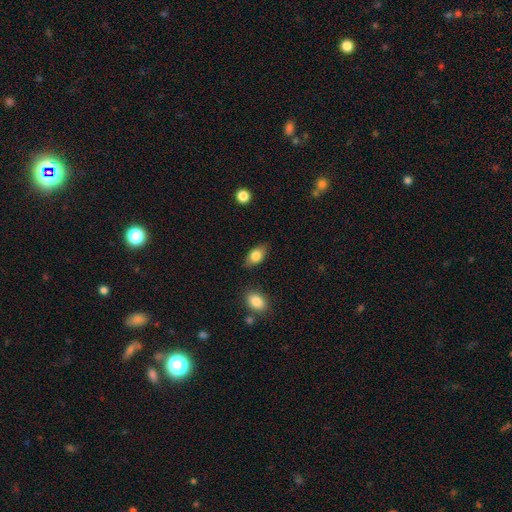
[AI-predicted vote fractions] This appears to be a smooth galaxy with no disk features (80%) that is in between round and cigar-shaped (88%). Merging: none (82%).